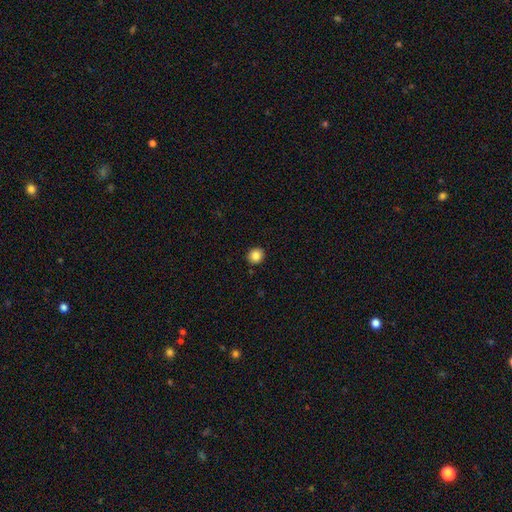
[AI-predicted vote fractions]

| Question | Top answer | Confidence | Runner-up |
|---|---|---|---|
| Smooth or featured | smooth | 85% | star or artifact (10%) |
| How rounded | round | 86% | in between (13%) |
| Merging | none | 91% | minor disturbance (6%) |